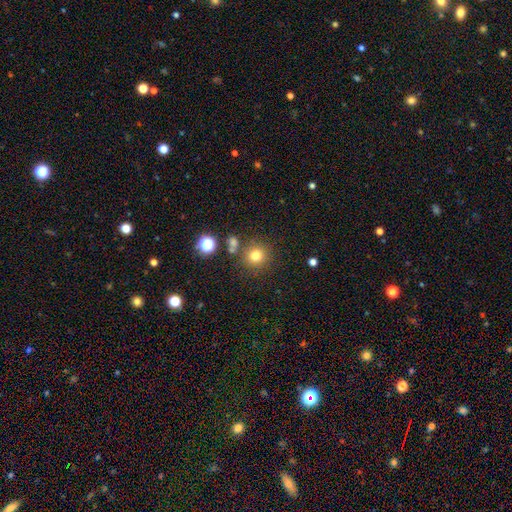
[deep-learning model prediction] Overall: smooth (77%). How rounded: round (92%). Merging: none (79%).